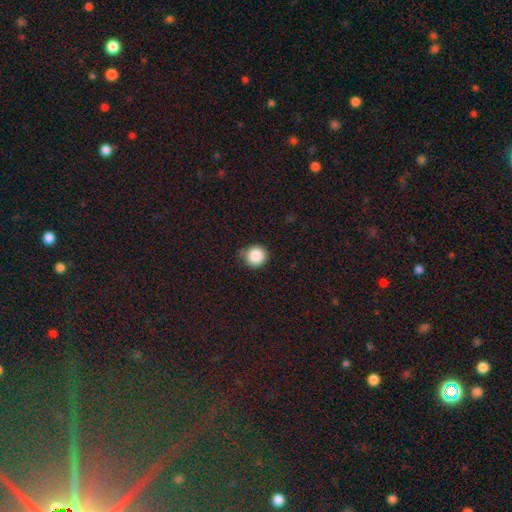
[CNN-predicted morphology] A smooth galaxy with no disk features (88%) that is round (93%).

Vote fractions:
- Smooth or featured? smooth: 88% / star or artifact: 9% / featured or disk: 3%
- How rounded? round: 93% / in between: 6% / cigar-shaped: 1%
- Merging? none: 82% / minor disturbance: 13% / major disturbance: 3% / merger: 2%